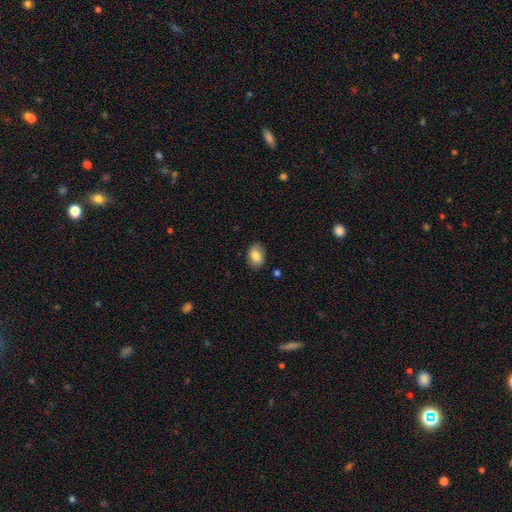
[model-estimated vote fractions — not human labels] Overall: smooth (82%). How rounded: in between (81%). Merging: none (84%).